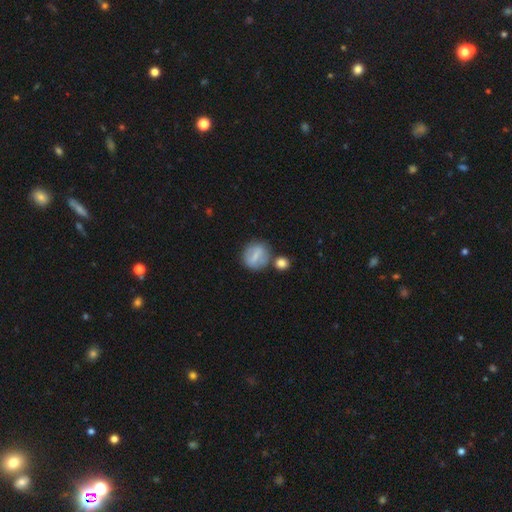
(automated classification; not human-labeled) This is possibly a smooth galaxy (58%). How rounded: likely round (71%). Merging: likely none (65%).